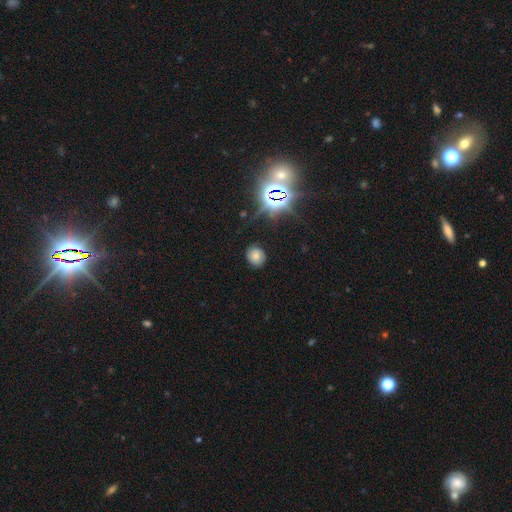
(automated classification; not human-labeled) Smooth or featured? Predicted: smooth (p=0.60). How rounded? Predicted: round (p=0.70). Merging? Predicted: none (p=0.83).